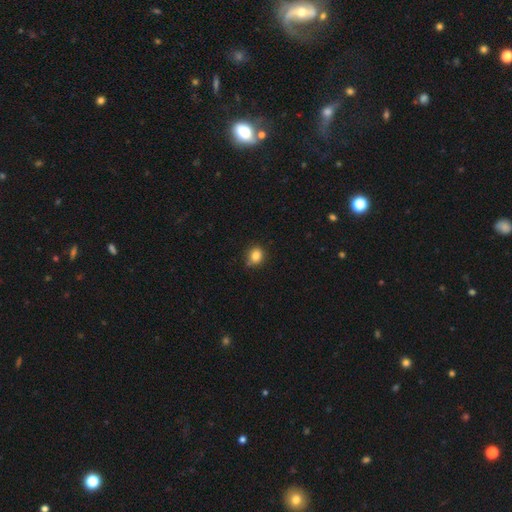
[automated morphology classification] A smooth galaxy with no disk features (84%) that is round (69%).

Vote fractions:
- Smooth or featured? smooth: 84% / star or artifact: 11% / featured or disk: 5%
- How rounded? round: 69% / in between: 30% / cigar-shaped: 1%
- Merging? none: 74% / minor disturbance: 20% / major disturbance: 3% / merger: 3%